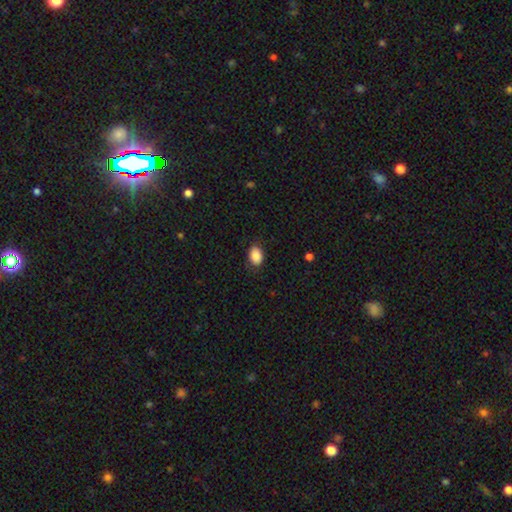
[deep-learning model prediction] A smooth galaxy with no disk features (87%) that is in between round and cigar-shaped (83%).

Vote fractions:
- Smooth or featured? smooth: 87% / star or artifact: 8% / featured or disk: 5%
- How rounded? in between: 83% / round: 15% / cigar-shaped: 1%
- Merging? none: 80% / minor disturbance: 15% / major disturbance: 3% / merger: 1%